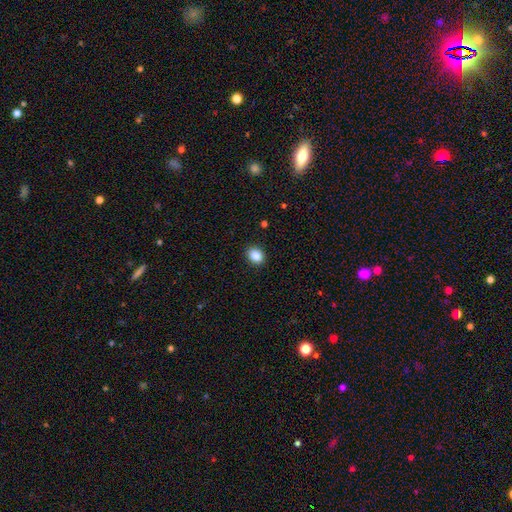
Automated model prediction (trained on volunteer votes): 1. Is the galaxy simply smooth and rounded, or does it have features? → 86% smooth, 10% star or artifact, 4% featured or disk.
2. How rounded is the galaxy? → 54% round, 45% in between, 1% cigar-shaped.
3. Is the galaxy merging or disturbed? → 91% none, 6% minor disturbance, 2% major disturbance, 1% merger.